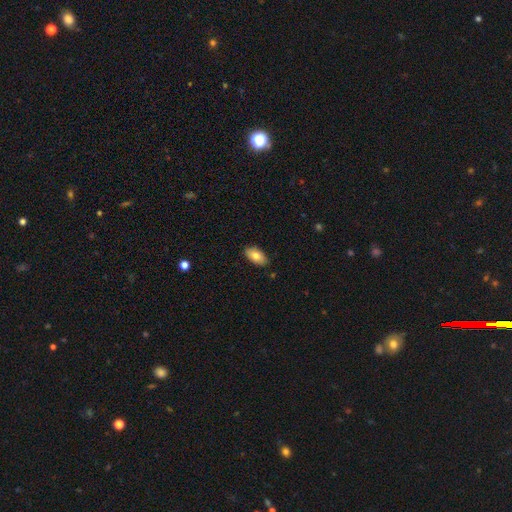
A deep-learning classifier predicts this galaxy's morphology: A smooth galaxy with no disk features (78%) that is in between round and cigar-shaped (94%).

Vote fractions:
- Smooth or featured? smooth: 78% / featured or disk: 15% / star or artifact: 7%
- How rounded? in between: 94% / round: 4% / cigar-shaped: 3%
- Merging? none: 87% / minor disturbance: 10% / major disturbance: 2% / merger: 1%